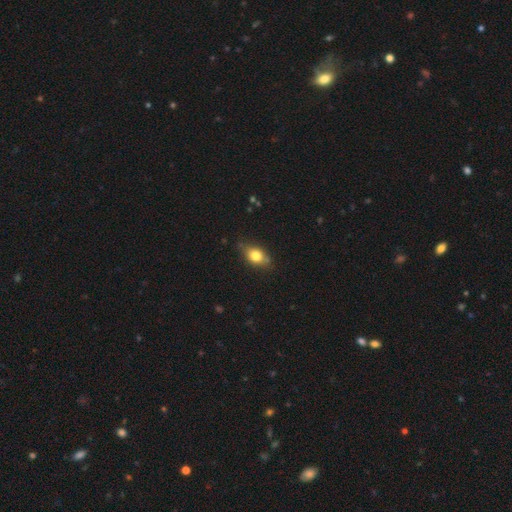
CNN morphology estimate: Smooth or featured? smooth (75%)
How rounded? in between (75%)
Merging? none (71%)